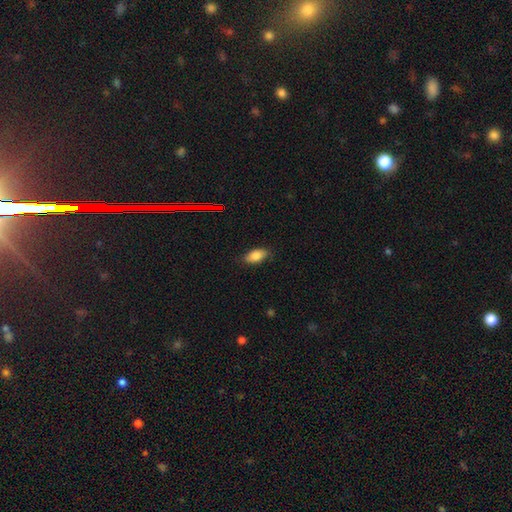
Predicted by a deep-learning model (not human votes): A smooth galaxy with no disk features (83%) that is in between round and cigar-shaped (90%). Merging: none (83%).